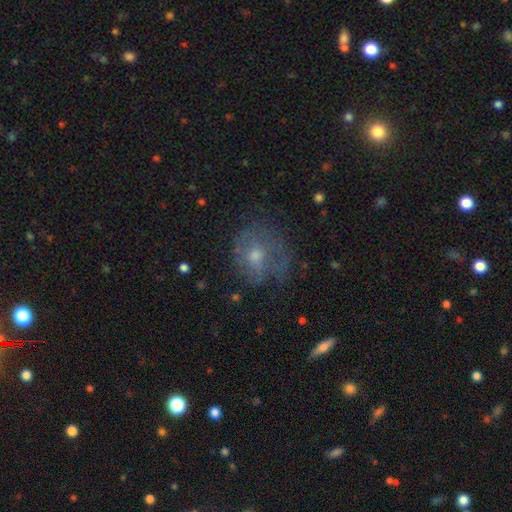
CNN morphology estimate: type=smooth (47%); merging=none (52%).